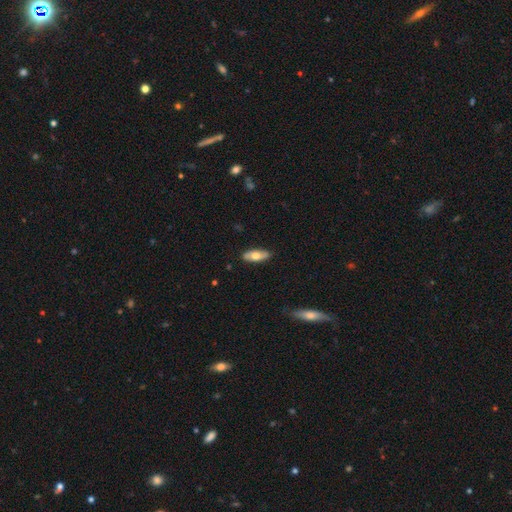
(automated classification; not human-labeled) Smooth or featured?
  - smooth: 63% *
  - featured or disk: 31%
  - star or artifact: 6%
How rounded?
  - in between: 77% *
  - cigar-shaped: 21%
  - round: 3%
Merging?
  - none: 84% *
  - minor disturbance: 13%
  - major disturbance: 2%
  - merger: 1%